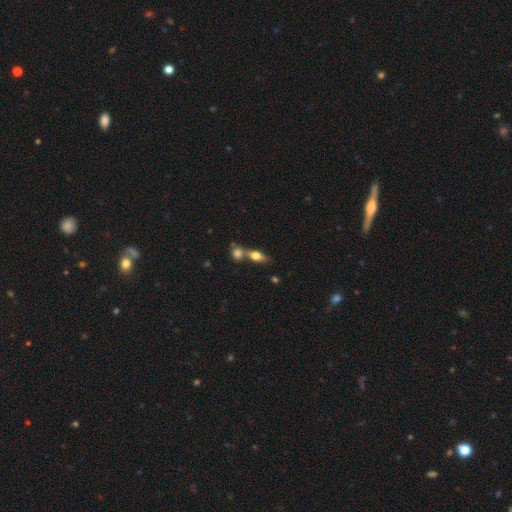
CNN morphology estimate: A smooth galaxy with no disk features (72%) that is in between round and cigar-shaped (71%). Merging: merger (46%).